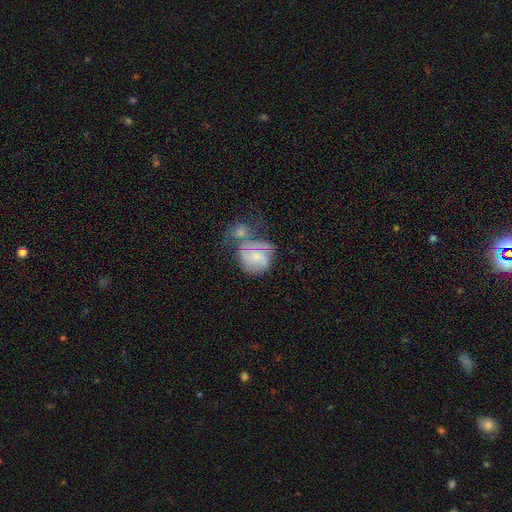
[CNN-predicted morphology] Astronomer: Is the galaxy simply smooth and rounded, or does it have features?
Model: featured or disk — 58% (runner-up: smooth, 35%).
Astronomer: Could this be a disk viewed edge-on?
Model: no — 98%.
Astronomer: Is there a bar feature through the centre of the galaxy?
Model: no — 64%.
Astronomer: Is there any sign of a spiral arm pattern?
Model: yes — 83%.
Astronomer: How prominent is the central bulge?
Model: small — 49% (runner-up: moderate, 27%).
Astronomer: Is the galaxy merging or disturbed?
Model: merger — 41% (runner-up: none, 25%).